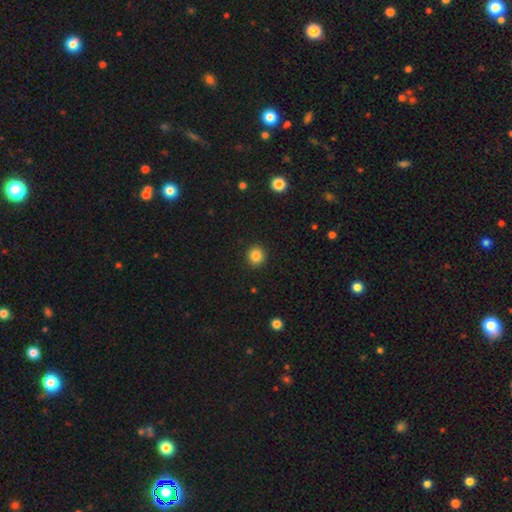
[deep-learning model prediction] smooth_or_featured: smooth (p=0.84) [alt: star or artifact p=0.11]
how_rounded: round (p=0.92) [alt: in between p=0.07]
merging: none (p=0.93) [alt: minor disturbance p=0.05]